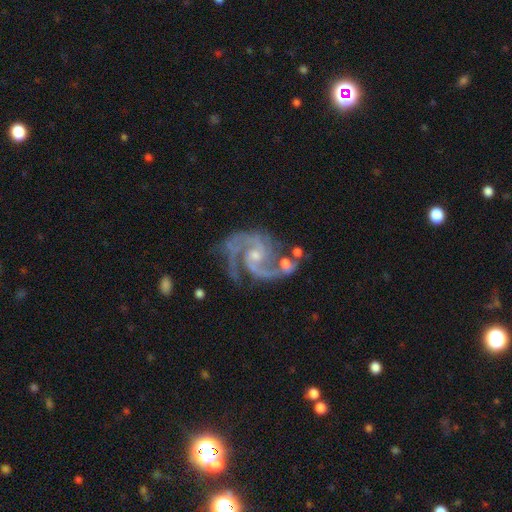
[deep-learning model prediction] This is clearly a featured or disk galaxy (93%). It is clearly not viewed edge-on (98%). Bar: possibly no (58%). Spiral arm pattern: clearly yes (99%). Spiral arm count: likely 2 (70%). Spiral winding: likely medium (60%). Central bulge: likely small (67%). Merging: possibly none (54%).